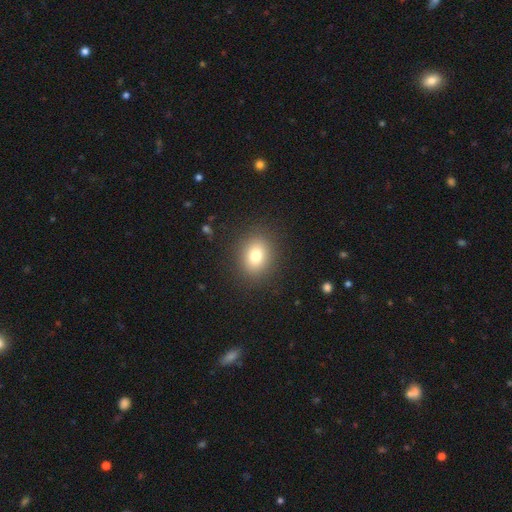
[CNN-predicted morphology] smooth 78%, star or artifact 12%, featured or disk 10%. Down the decision tree: how rounded — round (55%); merging — none (88%).